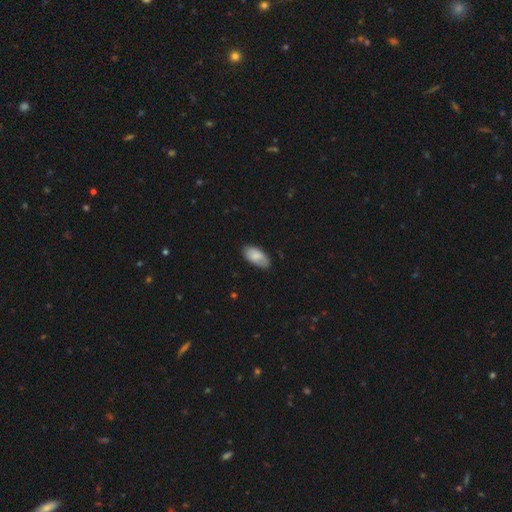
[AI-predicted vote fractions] smooth_or_featured: smooth (p=0.82) [alt: featured or disk p=0.12]
how_rounded: in between (p=0.94) [alt: cigar-shaped p=0.04]
merging: none (p=0.79) [alt: minor disturbance p=0.17]